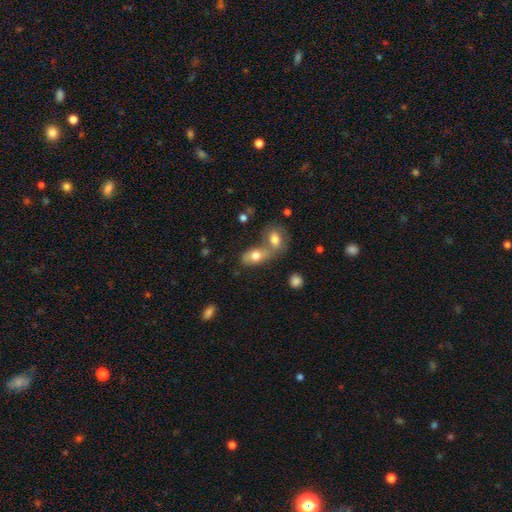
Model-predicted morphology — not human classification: Smooth or featured? smooth (75%)
How rounded? in between (85%)
Merging? merger (57%)